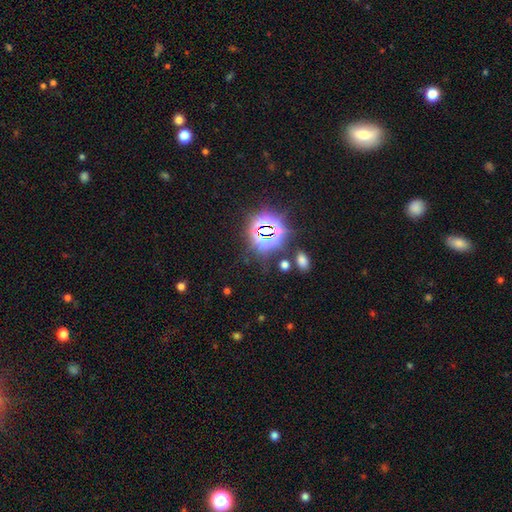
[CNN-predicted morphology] Smooth or featured: star or artifact — 82% (smooth — 11%)